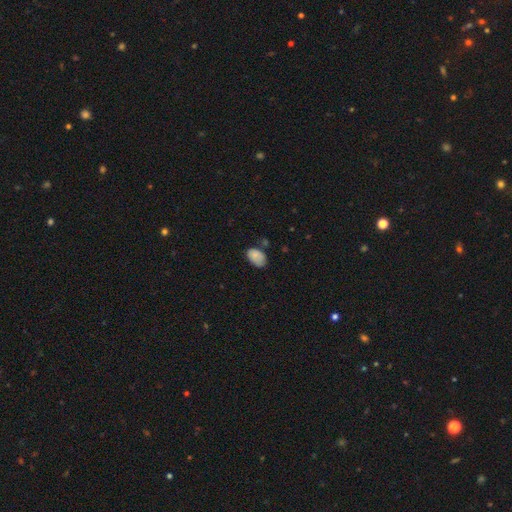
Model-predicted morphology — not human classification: This appears to be a smooth galaxy with no disk features (81%) that is in between round and cigar-shaped (88%). Merging: none (57%).